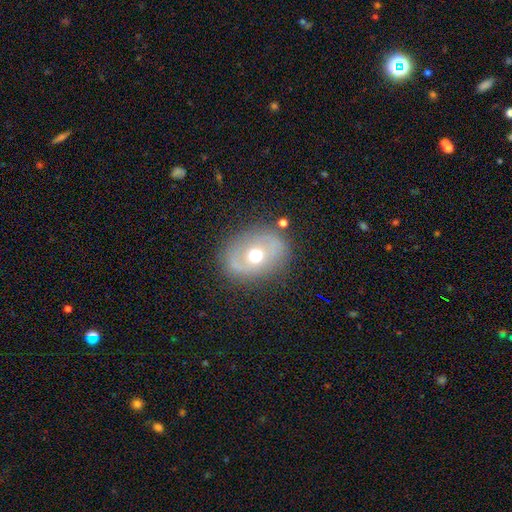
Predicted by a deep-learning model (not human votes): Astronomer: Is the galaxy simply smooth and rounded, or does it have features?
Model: featured or disk — 58% (runner-up: smooth, 34%).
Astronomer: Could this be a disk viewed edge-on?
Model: no — 94%.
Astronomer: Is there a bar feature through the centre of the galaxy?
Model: no — 69%.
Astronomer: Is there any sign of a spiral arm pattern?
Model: no — 53% (runner-up: yes, 47%).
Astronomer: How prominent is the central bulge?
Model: moderate — 76%.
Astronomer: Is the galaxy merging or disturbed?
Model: none — 78%.